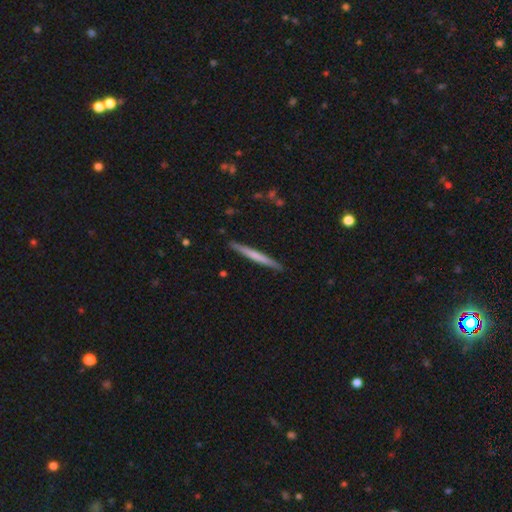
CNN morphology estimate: A smooth galaxy with no disk features (55%) that is cigar-shaped (97%).

Vote fractions:
- Smooth or featured? smooth: 55% / featured or disk: 40% / star or artifact: 5%
- How rounded? cigar-shaped: 97% / in between: 2% / round: 1%
- Merging? none: 91% / minor disturbance: 7% / major disturbance: 1% / merger: 1%